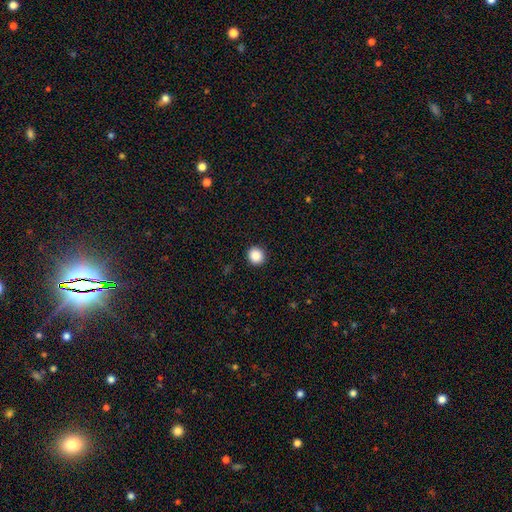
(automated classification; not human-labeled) Smooth or featured?
  - smooth: 88% *
  - star or artifact: 9%
  - featured or disk: 3%
How rounded?
  - round: 90% *
  - in between: 9%
  - cigar-shaped: 1%
Merging?
  - none: 93% *
  - minor disturbance: 5%
  - major disturbance: 2%
  - merger: 1%